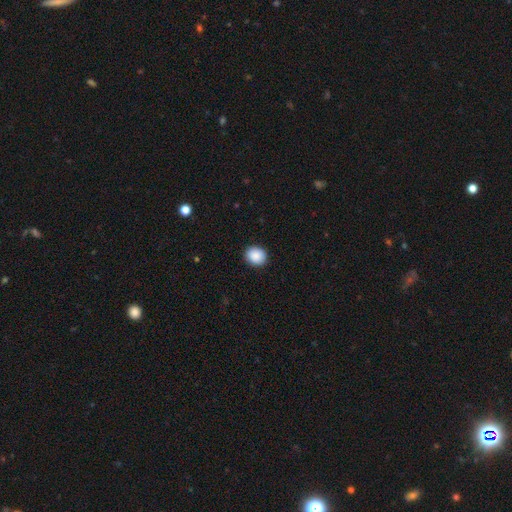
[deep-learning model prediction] This appears to be a smooth galaxy with no disk features (89%) that is round (69%). Merging: none (91%).